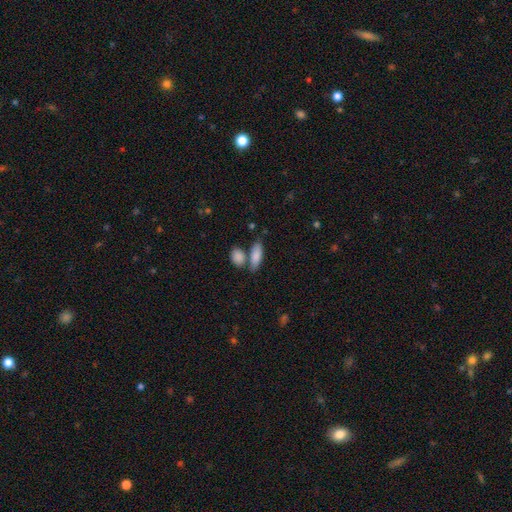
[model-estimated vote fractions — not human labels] This is clearly a smooth galaxy (84%). How rounded: likely in between (66%). Merging: possibly none (60%).